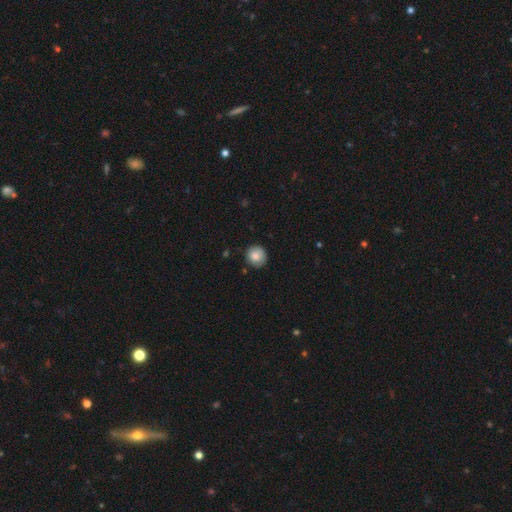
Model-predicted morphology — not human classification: This is clearly a smooth galaxy (83%). How rounded: clearly round (92%). Merging: clearly none (85%).